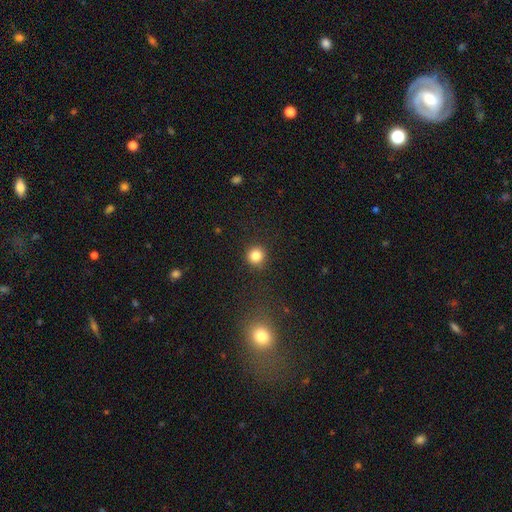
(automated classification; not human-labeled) smooth_or_featured: smooth (p=0.83) [alt: star or artifact p=0.12]
how_rounded: round (p=0.94) [alt: in between p=0.05]
merging: none (p=0.89) [alt: minor disturbance p=0.07]